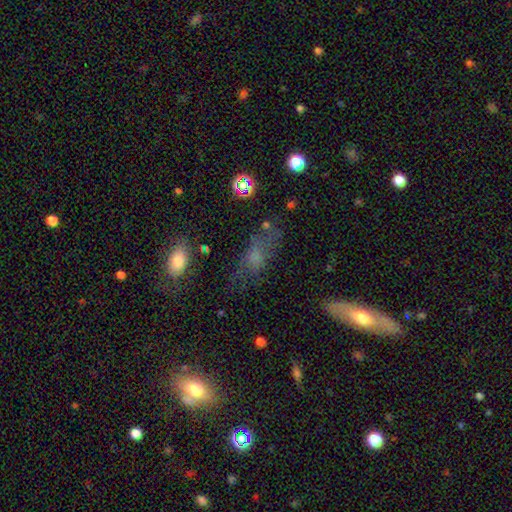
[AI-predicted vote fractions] A smooth galaxy with no disk features (51%) that is in between round and cigar-shaped (68%).

Vote fractions:
- Smooth or featured? smooth: 51% / featured or disk: 29% / star or artifact: 19%
- How rounded? in between: 68% / cigar-shaped: 22% / round: 10%
- Merging? none: 58% / minor disturbance: 21% / major disturbance: 14% / merger: 6%